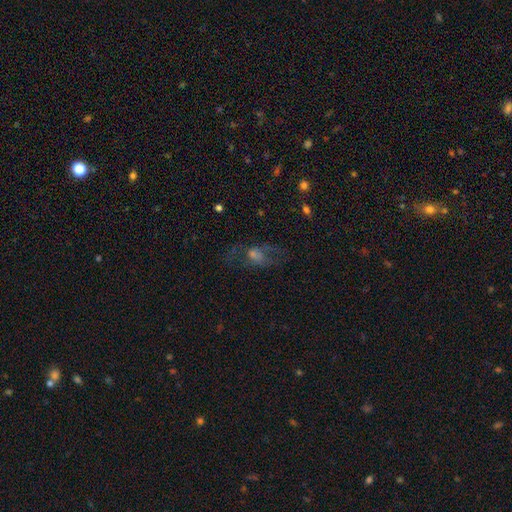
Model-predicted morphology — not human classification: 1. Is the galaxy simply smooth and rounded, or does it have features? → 43% featured or disk, 31% smooth, 26% star or artifact.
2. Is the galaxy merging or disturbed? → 53% none, 25% major disturbance, 18% minor disturbance, 3% merger.